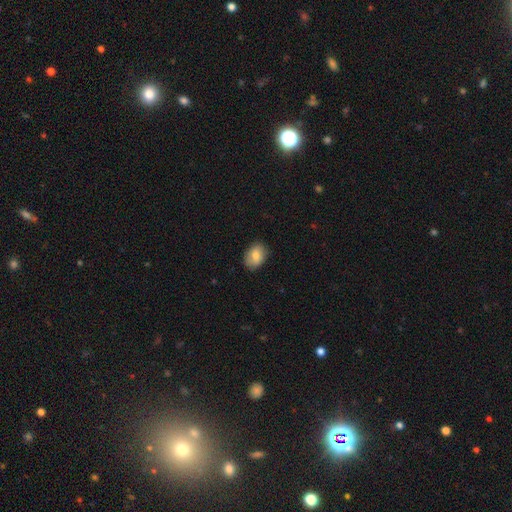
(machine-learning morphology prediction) Smooth or featured: smooth — 79% (featured or disk — 14%)
How rounded: in between — 77% (round — 22%)
Merging: none — 84% (minor disturbance — 13%)